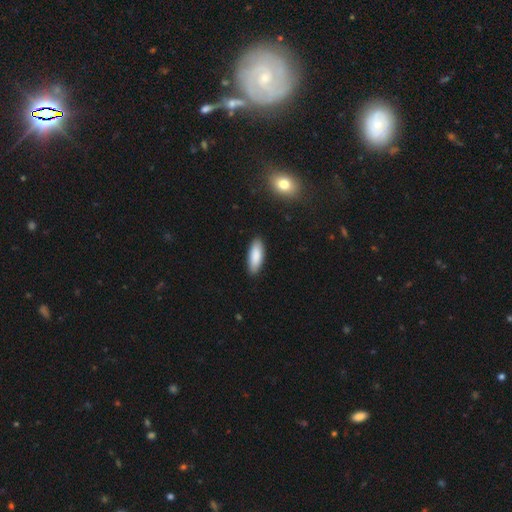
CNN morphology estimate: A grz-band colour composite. It shows a smooth galaxy with no disk features (87%) that is in between round and cigar-shaped (70%). Merging: none (88%).